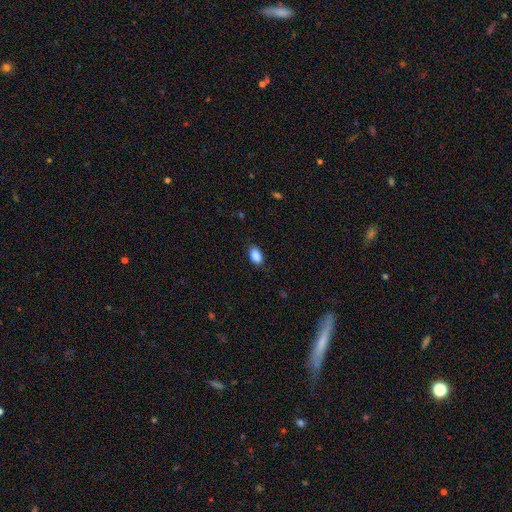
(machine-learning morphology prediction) This is clearly a smooth galaxy (89%). How rounded: clearly in between (89%). Merging: clearly none (85%).